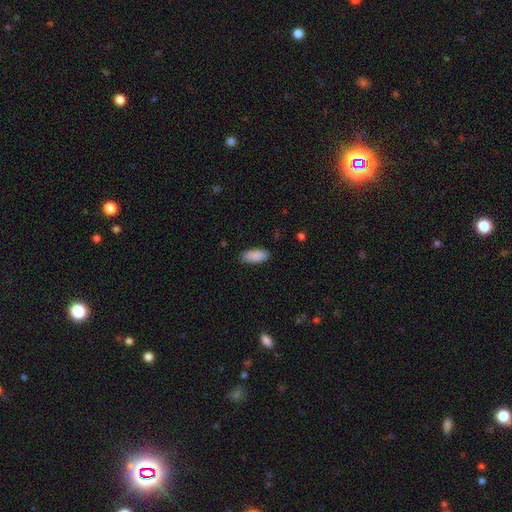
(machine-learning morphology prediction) Q: Smooth or featured?
A: smooth (90%); runner-up: star or artifact (6%)
Q: How rounded?
A: in between (88%); runner-up: cigar-shaped (10%)
Q: Merging?
A: none (85%); runner-up: minor disturbance (12%)